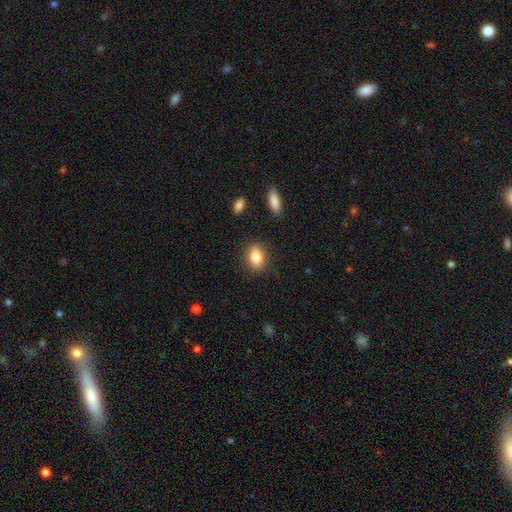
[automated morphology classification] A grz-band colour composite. It shows a smooth galaxy with no disk features (84%) that is in between round and cigar-shaped (74%). Merging: none (83%).